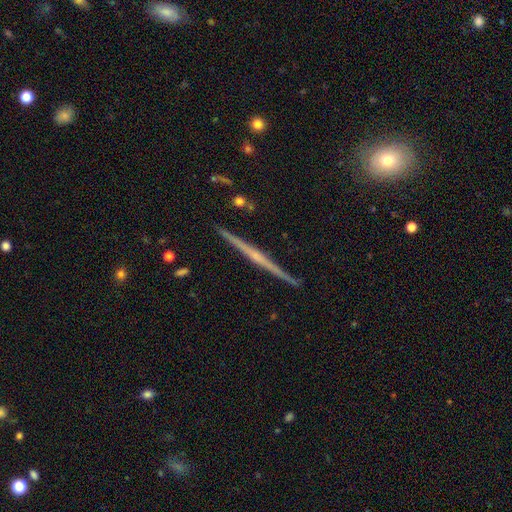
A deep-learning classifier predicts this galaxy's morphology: The model was most divided on "edge-on bulge": rounded: 53%, none: 37%, boxy: 10%. More confident: edge-on disk — yes (98%); merging — none (92%); smooth or featured — featured or disk (80%).